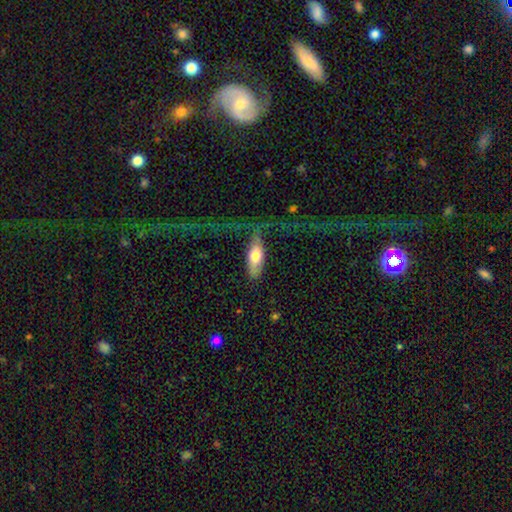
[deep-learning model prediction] Overall: smooth (62%; featured or disk 32%). How rounded: in between (74%). Merging: major disturbance (44%; none 31%).